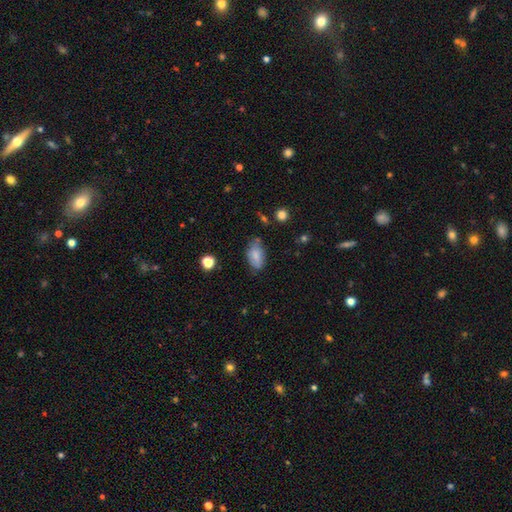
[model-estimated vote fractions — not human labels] smooth 77%, featured or disk 15%, star or artifact 8%. Down the decision tree: how rounded — in between (92%); merging — none (61%).